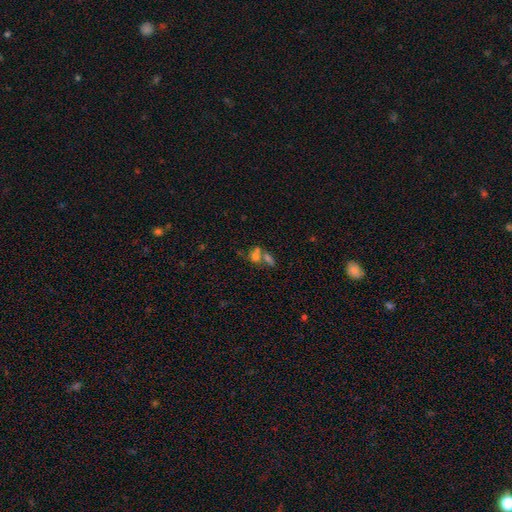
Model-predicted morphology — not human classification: smooth_or_featured: smooth (p=0.62) [alt: featured or disk p=0.21]
how_rounded: in between (p=0.64) [alt: round p=0.30]
merging: merger (p=0.57) [alt: none p=0.27]